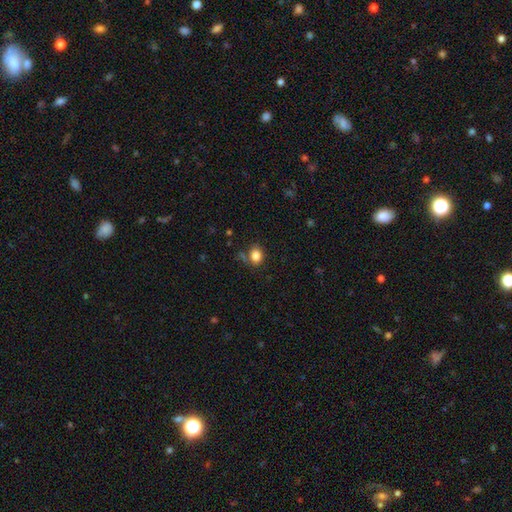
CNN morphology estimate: This is clearly a smooth galaxy (84%). How rounded: possibly in between (53%). Merging: likely none (71%).